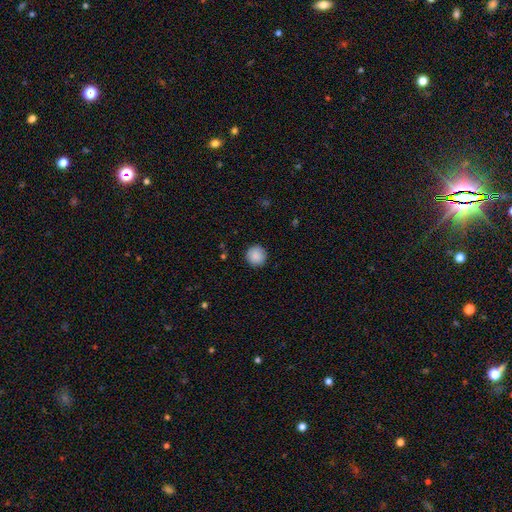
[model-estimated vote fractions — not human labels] A smooth galaxy with no disk features (89%) that is round (95%). Merging: none (90%).